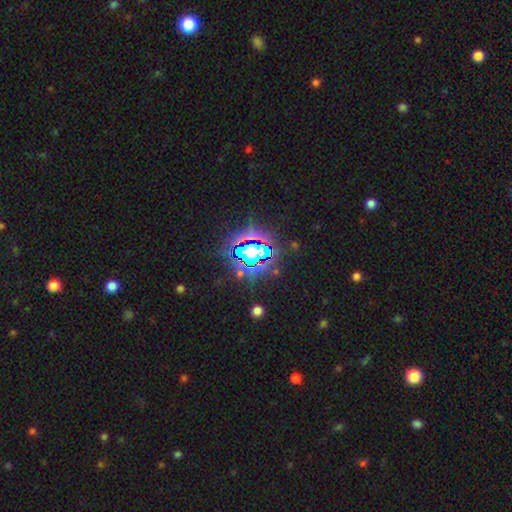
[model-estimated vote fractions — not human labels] smooth_or_featured: star or artifact (p=0.78) [alt: smooth p=0.13]